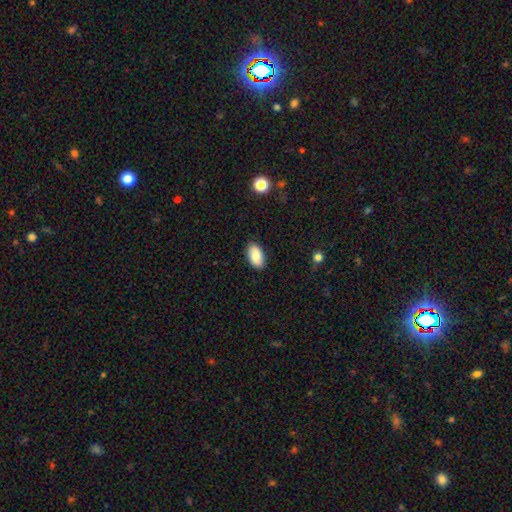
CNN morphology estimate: This appears to be a smooth galaxy with no disk features (85%) that is in between round and cigar-shaped (95%). Merging: none (88%).